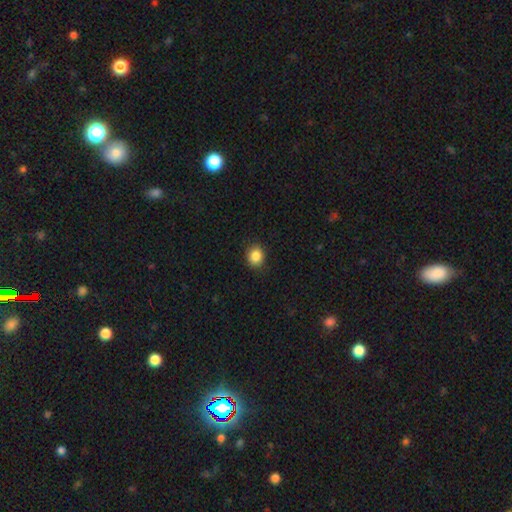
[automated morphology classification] Smooth or featured: smooth — 86% (star or artifact — 10%)
How rounded: round — 67% (in between — 32%)
Merging: none — 89% (minor disturbance — 8%)